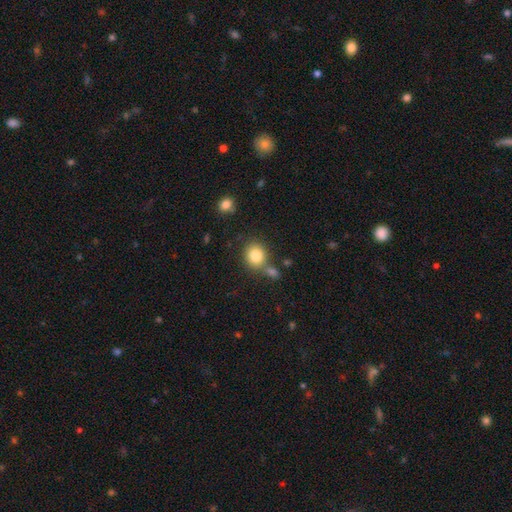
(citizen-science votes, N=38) smooth 87%, star or artifact 8%, featured or disk 5%. Down the decision tree: how rounded — round (73%); merging — none (71%).